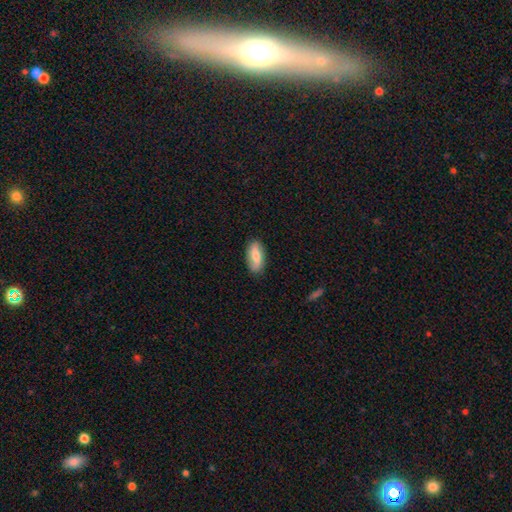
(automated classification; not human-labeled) Morphology: type=smooth (59%); roundness=in between (83%); merging=none (84%).